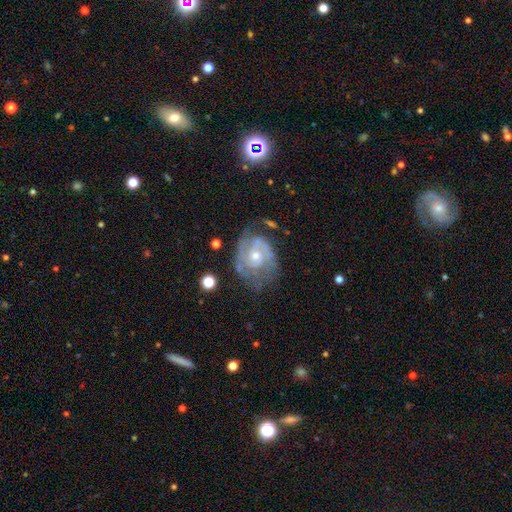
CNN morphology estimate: featured or disk 84%, smooth 10%, star or artifact 7%. Down the decision tree: edge-on disk — no (97%); bar — no (69%); spiral arms — yes (92%); spiral arm count — 2 (53%); spiral winding — tight (56%); bulge size — moderate (50%); merging — none (59%).